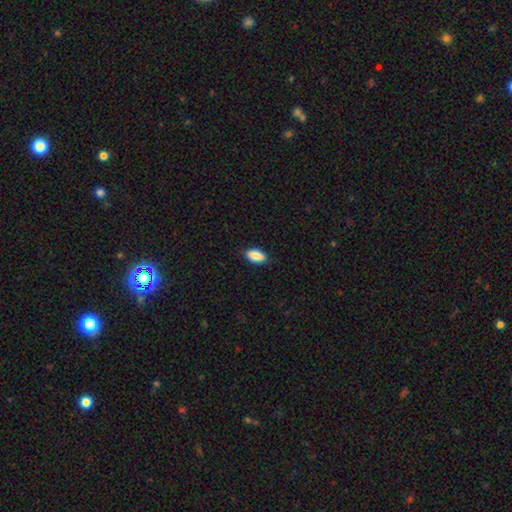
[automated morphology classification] Smooth or featured?
  - smooth: 89% *
  - star or artifact: 7%
  - featured or disk: 4%
How rounded?
  - in between: 92% *
  - cigar-shaped: 6%
  - round: 3%
Merging?
  - none: 88% *
  - minor disturbance: 9%
  - major disturbance: 2%
  - merger: 1%